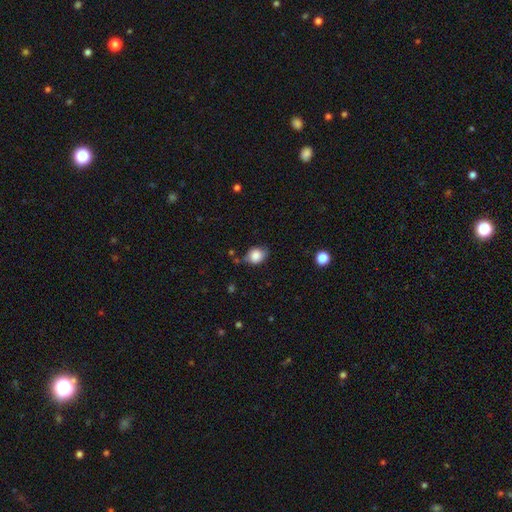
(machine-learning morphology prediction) A smooth galaxy with no disk features (83%) that is in between round and cigar-shaped (51%).

Vote fractions:
- Smooth or featured? smooth: 83% / star or artifact: 9% / featured or disk: 8%
- How rounded? in between: 51% / round: 47% / cigar-shaped: 1%
- Merging? none: 62% / minor disturbance: 28% / major disturbance: 6% / merger: 4%